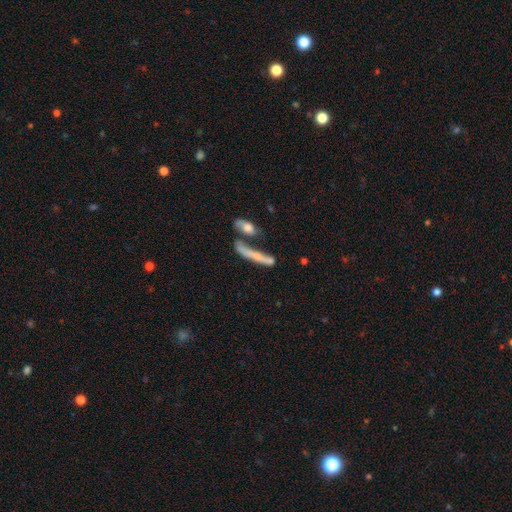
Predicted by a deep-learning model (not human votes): Q: Smooth or featured?
A: smooth (46%); runner-up: featured or disk (44%)
Q: Merging?
A: none (41%); runner-up: merger (36%)